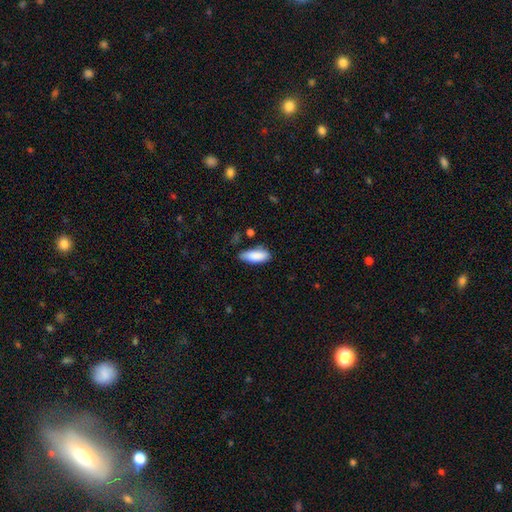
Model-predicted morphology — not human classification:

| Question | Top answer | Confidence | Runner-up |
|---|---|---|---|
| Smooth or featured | smooth | 87% | featured or disk (7%) |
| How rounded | in between | 78% | cigar-shaped (20%) |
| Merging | none | 66% | minor disturbance (26%) |